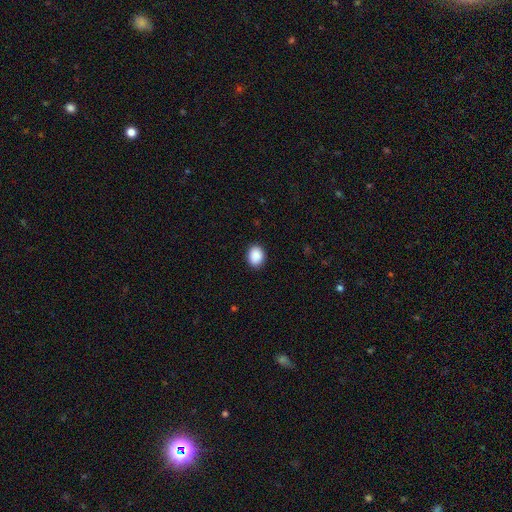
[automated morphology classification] smooth 90%, star or artifact 7%, featured or disk 3%. Down the decision tree: how rounded — in between (56%); merging — none (89%).